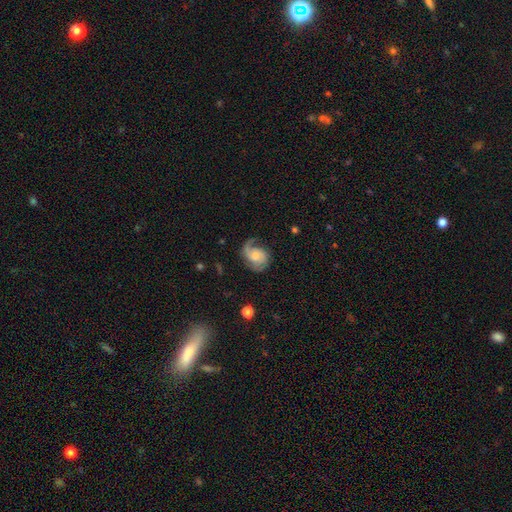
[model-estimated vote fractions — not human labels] Morphology: type=featured or disk (77%); edge-on=no (98%); bar=no (64%); spiral arms=yes (95%); winding=medium (45%); arm count=2 (66%); bulge=moderate (49%); merging=none (60%).